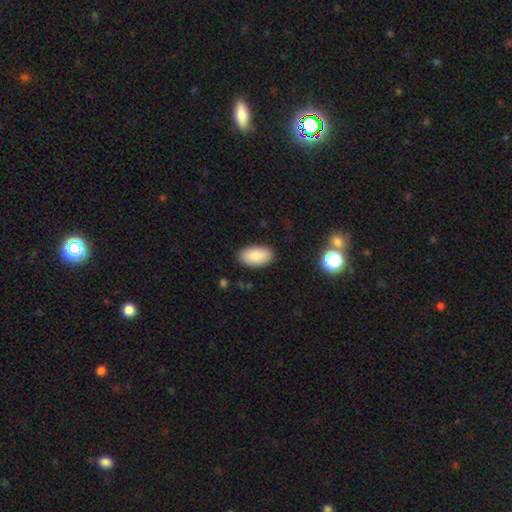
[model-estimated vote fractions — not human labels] The model was most divided on "merging": none: 86%, minor disturbance: 10%, major disturbance: 2%, merger: 1%. More confident: how rounded — in between (95%); smooth or featured — smooth (86%).